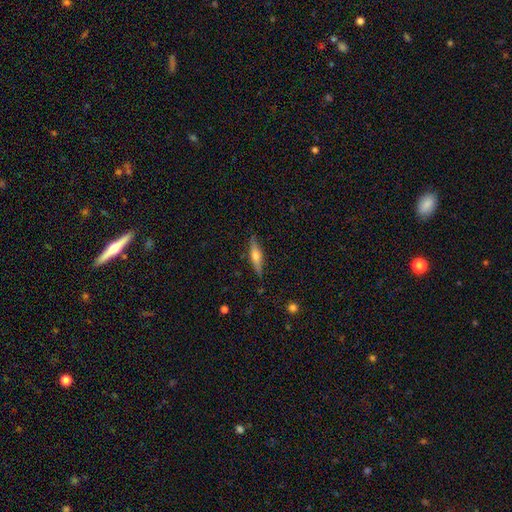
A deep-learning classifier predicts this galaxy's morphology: smooth-or-featured: featured or disk: 54% | smooth: 40% | star or artifact: 7%
  disk-edge-on: yes: 95% | no: 5%
    edge-on-bulge: rounded: 84% | boxy: 10% | none: 6%
  merging: none: 86% | minor disturbance: 10% | major disturbance: 2% | merger: 1%